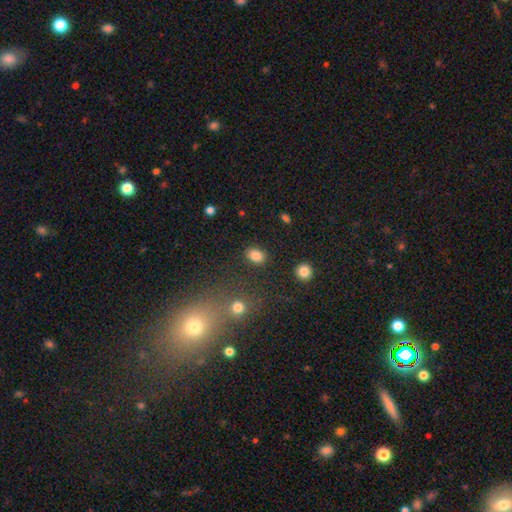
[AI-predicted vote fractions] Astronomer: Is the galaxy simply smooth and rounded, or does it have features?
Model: smooth — 84%.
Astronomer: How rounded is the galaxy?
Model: in between — 72%.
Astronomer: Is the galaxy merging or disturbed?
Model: none — 86%.